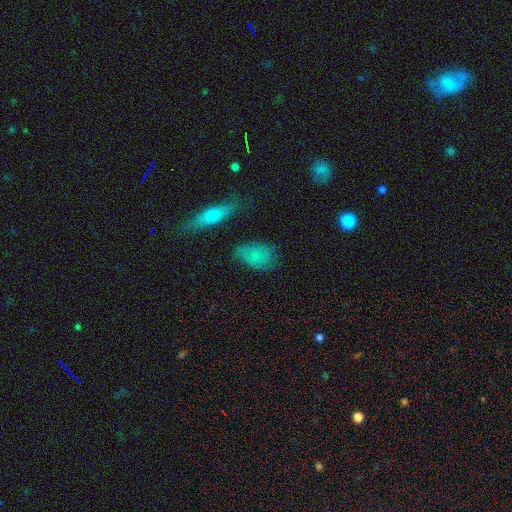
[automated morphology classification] type=smooth (72%); roundness=in between (84%); merging=none (67%).